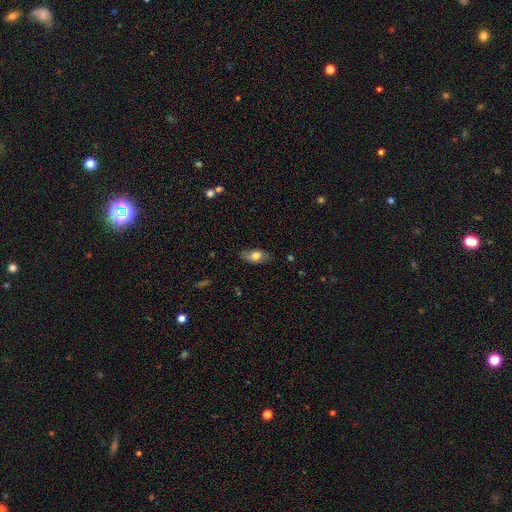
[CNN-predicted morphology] smooth-or-featured: smooth: 71% | featured or disk: 22% | star or artifact: 7%
  how-rounded: in between: 87% | cigar-shaped: 7% | round: 5%
  merging: none: 81% | minor disturbance: 15% | major disturbance: 3% | merger: 1%